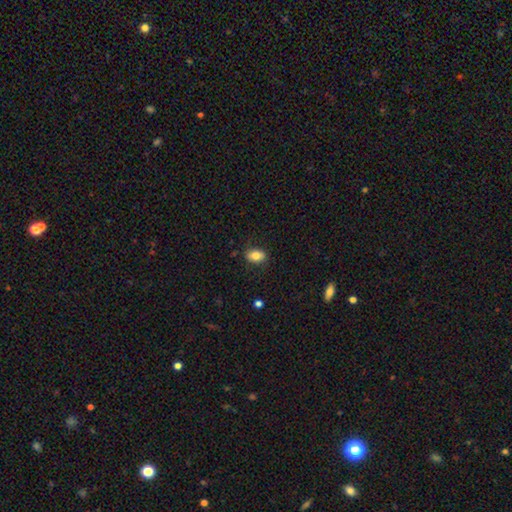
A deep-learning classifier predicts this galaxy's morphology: type=smooth (79%); roundness=in between (85%); merging=none (82%).